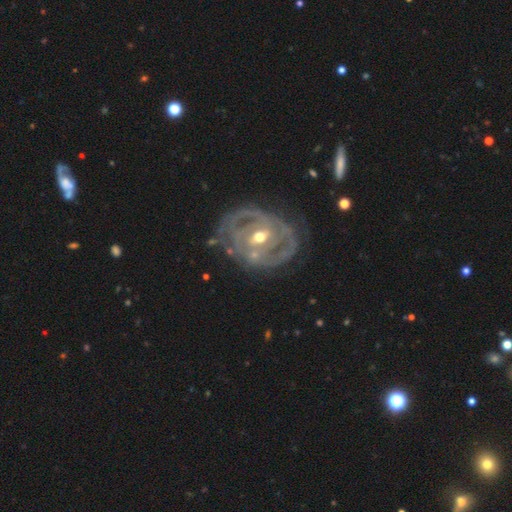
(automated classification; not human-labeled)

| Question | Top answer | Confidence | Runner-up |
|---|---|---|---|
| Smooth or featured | featured or disk | 88% | smooth (6%) |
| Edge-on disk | no | 96% | yes (4%) |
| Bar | weak | 42% | no (29%) |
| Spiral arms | yes | 88% | no (12%) |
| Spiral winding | tight | 65% | medium (27%) |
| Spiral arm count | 2 | 38% | can't tell (28%) |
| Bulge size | moderate | 58% | small (38%) |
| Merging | none | 68% | minor disturbance (20%) |